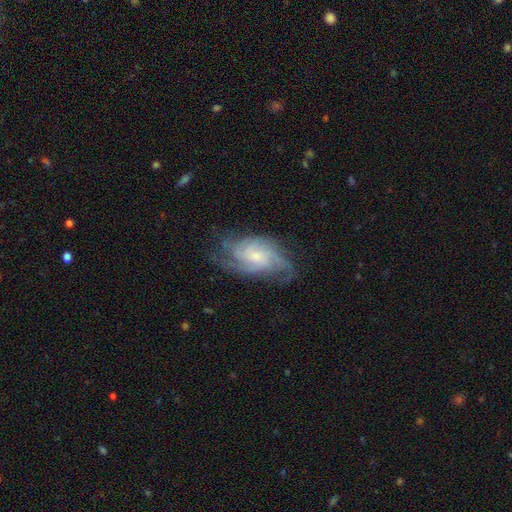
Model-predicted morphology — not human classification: The model was most divided on "spiral arm count": can't tell: 29%, 3: 24%, 2: 18%, 4: 17%, more than 4: 6%, 1: 5%. Remaining: edge-on disk — no (96%); spiral arms — yes (95%); smooth or featured — featured or disk (82%); merging — none (66%); bar — no (61%); bulge size — small (55%); spiral winding — tight (47%).